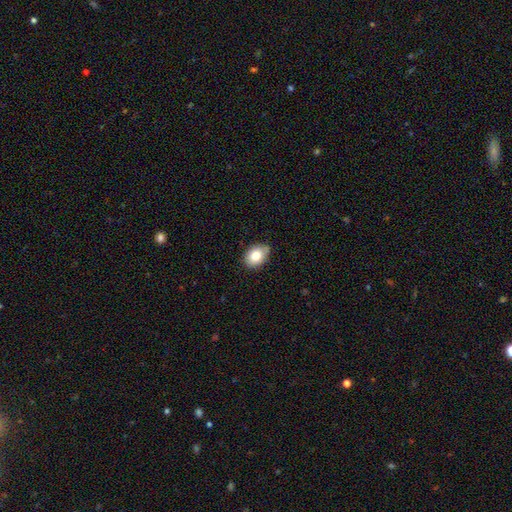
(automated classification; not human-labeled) Smooth or featured? Predicted: smooth (p=0.84). How rounded? Predicted: in between (p=0.68). Merging? Predicted: none (p=0.74).